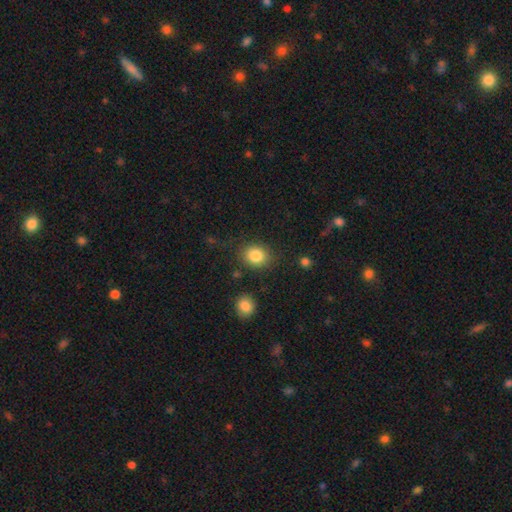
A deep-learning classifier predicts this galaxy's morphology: smooth 85%, star or artifact 9%, featured or disk 6%. Down the decision tree: how rounded — round (65%); merging — none (81%).